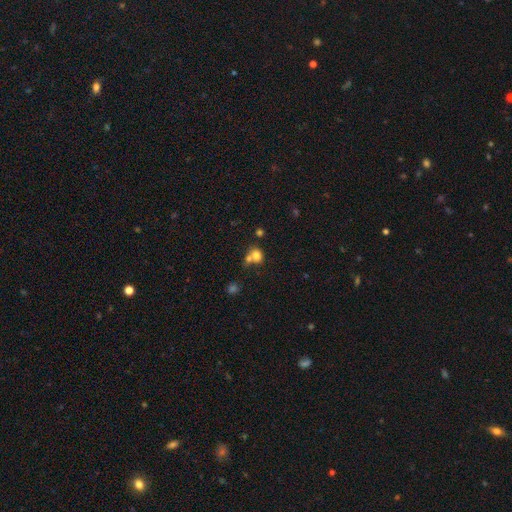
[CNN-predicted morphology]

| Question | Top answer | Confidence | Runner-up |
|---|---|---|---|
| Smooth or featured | smooth | 77% | star or artifact (13%) |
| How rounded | round | 59% | in between (40%) |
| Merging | merger | 44% | none (40%) |